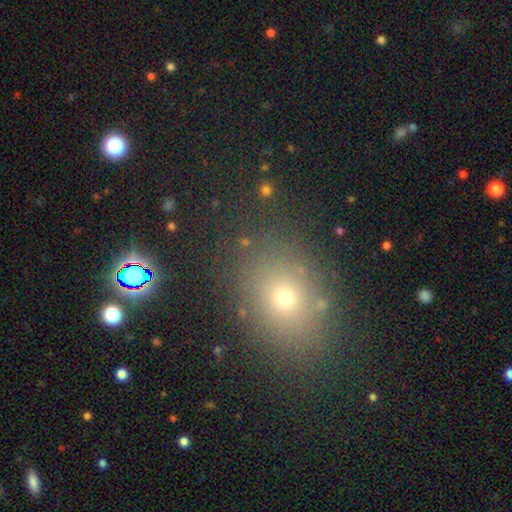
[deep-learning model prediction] smooth 62%, star or artifact 27%, featured or disk 12%. Down the decision tree: how rounded — in between (54%); merging — none (84%).